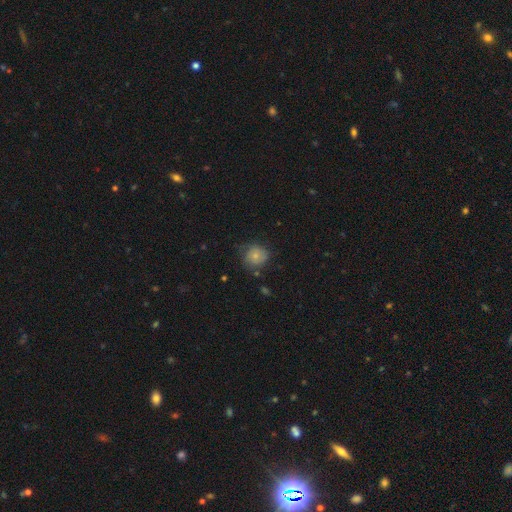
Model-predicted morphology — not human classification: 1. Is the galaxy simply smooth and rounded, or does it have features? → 72% smooth, 19% featured or disk, 9% star or artifact.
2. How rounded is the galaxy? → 85% round, 14% in between, 1% cigar-shaped.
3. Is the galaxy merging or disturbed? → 63% none, 27% minor disturbance, 8% major disturbance, 3% merger.